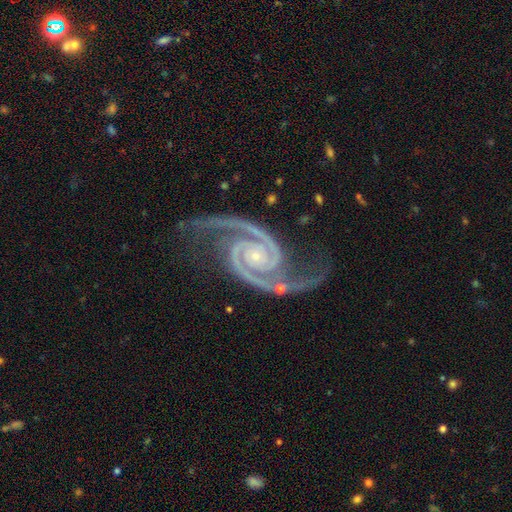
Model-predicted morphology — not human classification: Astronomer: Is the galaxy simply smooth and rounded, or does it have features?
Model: featured or disk — 95%.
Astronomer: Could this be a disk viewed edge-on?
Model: no — 98%.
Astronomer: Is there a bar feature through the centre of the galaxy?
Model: no — 69%.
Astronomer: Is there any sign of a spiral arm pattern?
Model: yes — 99%.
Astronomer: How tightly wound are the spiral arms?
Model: medium — 51% (runner-up: tight, 40%).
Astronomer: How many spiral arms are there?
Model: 2 — 94%.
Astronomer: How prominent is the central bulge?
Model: small — 81%.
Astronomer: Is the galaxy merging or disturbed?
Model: none — 74%.